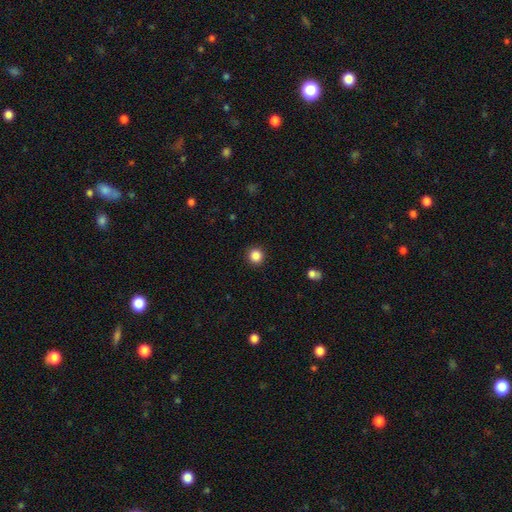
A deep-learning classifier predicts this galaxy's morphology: Overall: smooth (87%). How rounded: round (93%). Merging: none (92%).